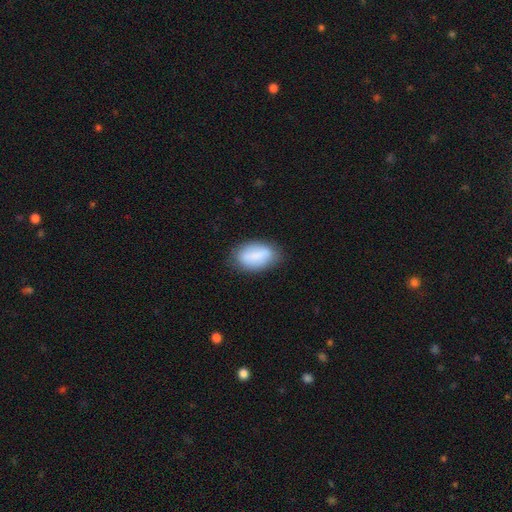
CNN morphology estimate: Smooth or featured? smooth (80%)
How rounded? in between (92%)
Merging? none (76%)